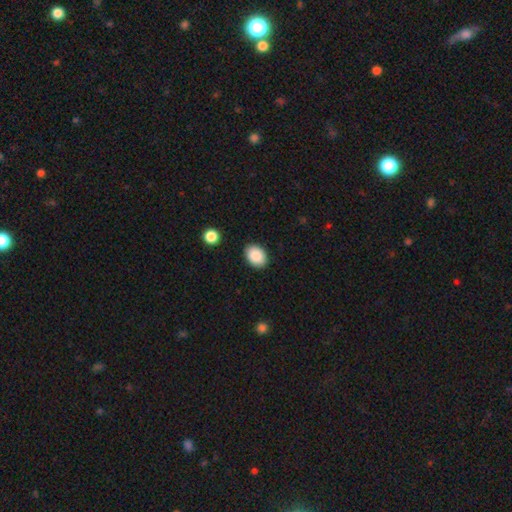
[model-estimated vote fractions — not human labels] Smooth or featured?
  - smooth: 89% *
  - star or artifact: 7%
  - featured or disk: 4%
How rounded?
  - in between: 76% *
  - round: 23%
  - cigar-shaped: 1%
Merging?
  - none: 89% *
  - minor disturbance: 8%
  - major disturbance: 2%
  - merger: 1%